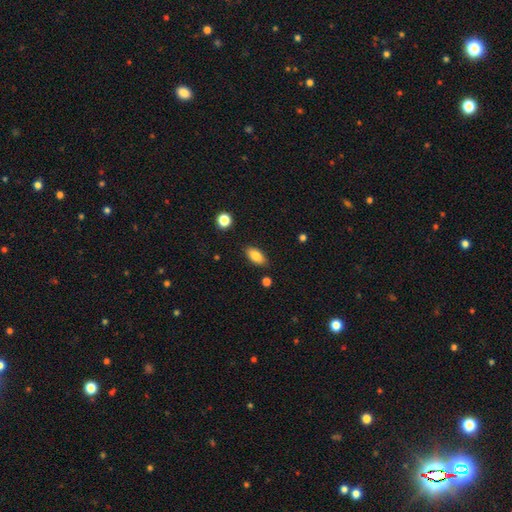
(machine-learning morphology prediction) The model was most divided on "merging": none: 84%, minor disturbance: 11%, major disturbance: 2%, merger: 2%. More confident: how rounded — in between (89%); smooth or featured — smooth (83%).